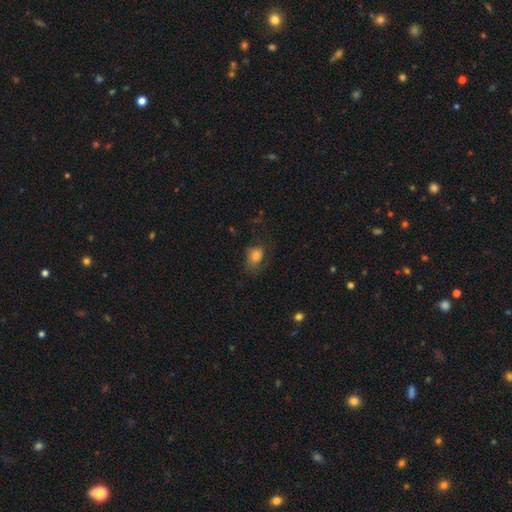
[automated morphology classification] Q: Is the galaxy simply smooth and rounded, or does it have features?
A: smooth — 77%.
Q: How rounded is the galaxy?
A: in between — 66%.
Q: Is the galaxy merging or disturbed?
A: none — 48%.